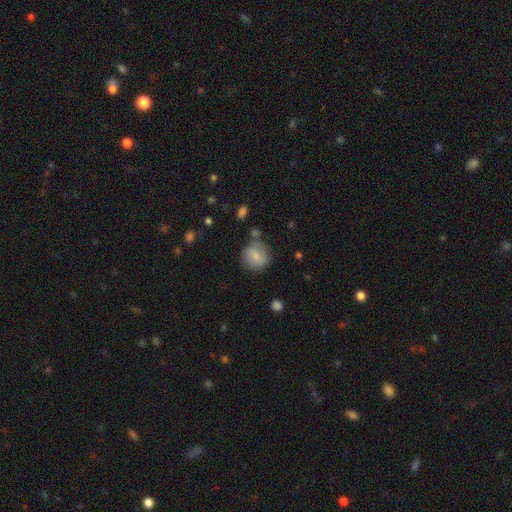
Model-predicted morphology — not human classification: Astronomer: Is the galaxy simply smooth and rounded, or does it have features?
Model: smooth — 80%.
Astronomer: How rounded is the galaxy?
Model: round — 88%.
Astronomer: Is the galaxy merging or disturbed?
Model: none — 73%.